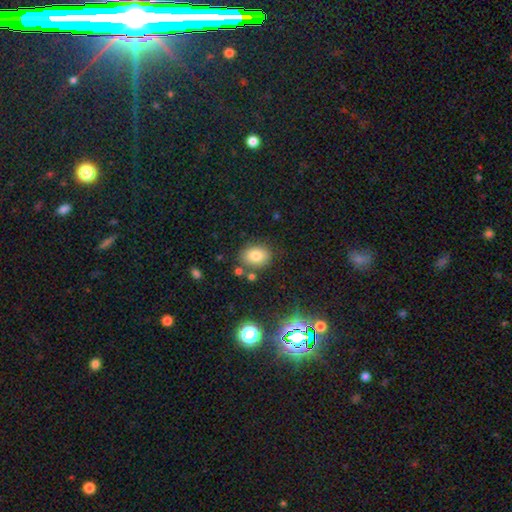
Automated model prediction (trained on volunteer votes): Q: Smooth or featured?
A: smooth (78%); runner-up: star or artifact (13%)
Q: How rounded?
A: in between (68%); runner-up: round (31%)
Q: Merging?
A: none (79%); runner-up: minor disturbance (11%)